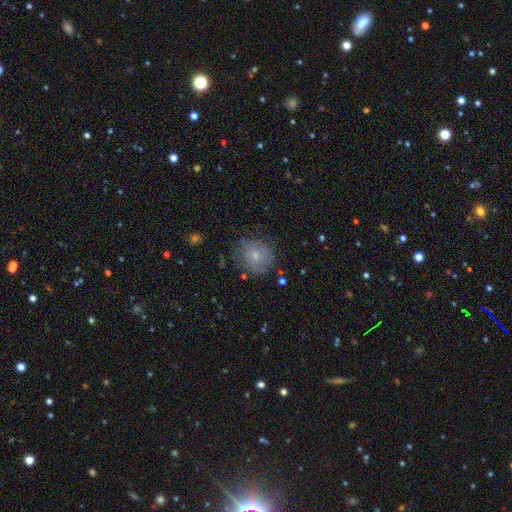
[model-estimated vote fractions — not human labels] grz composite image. It shows a smooth galaxy with no disk features (57%) that is round (83%). Merging: none (66%).